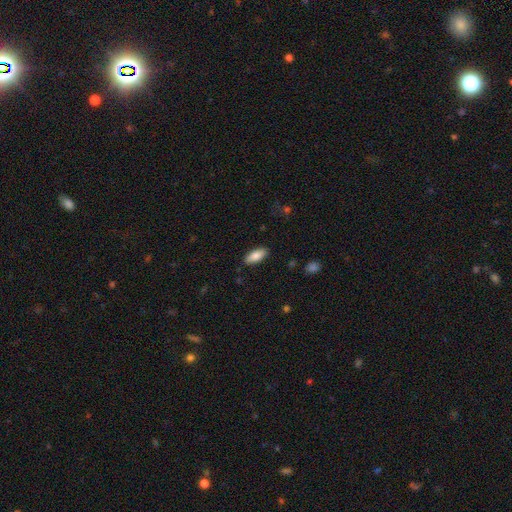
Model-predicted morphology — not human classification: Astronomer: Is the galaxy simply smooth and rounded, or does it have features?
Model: smooth — 85%.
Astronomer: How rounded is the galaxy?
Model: in between — 84%.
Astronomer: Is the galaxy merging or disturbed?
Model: none — 88%.